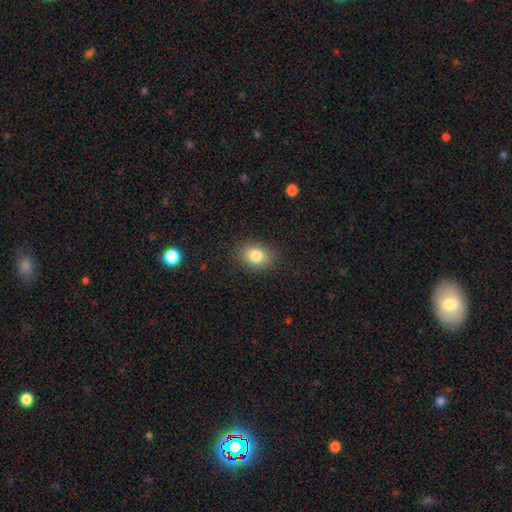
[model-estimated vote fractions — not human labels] Smooth or featured? Predicted: smooth (p=0.82). How rounded? Predicted: in between (p=0.59). Merging? Predicted: none (p=0.86).